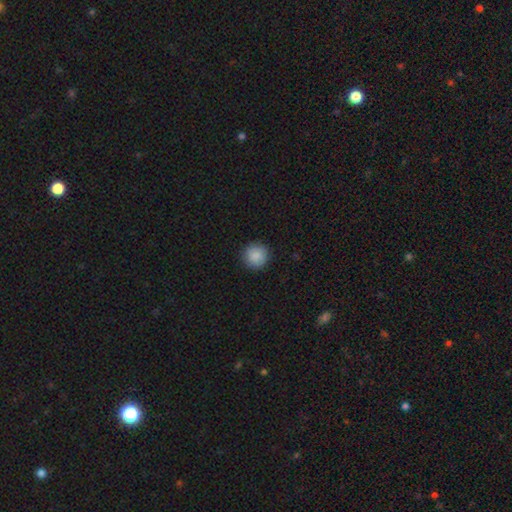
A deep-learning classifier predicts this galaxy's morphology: A smooth galaxy with no disk features (89%) that is round (95%). Merging: none (92%).